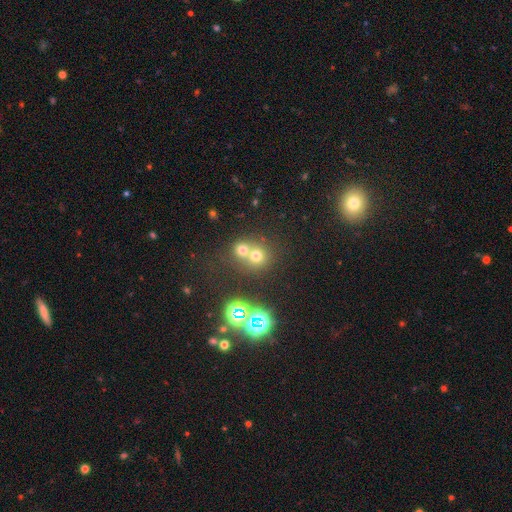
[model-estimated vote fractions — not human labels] Morphology: type=smooth (64%); roundness=round (85%); merging=merger (51%).